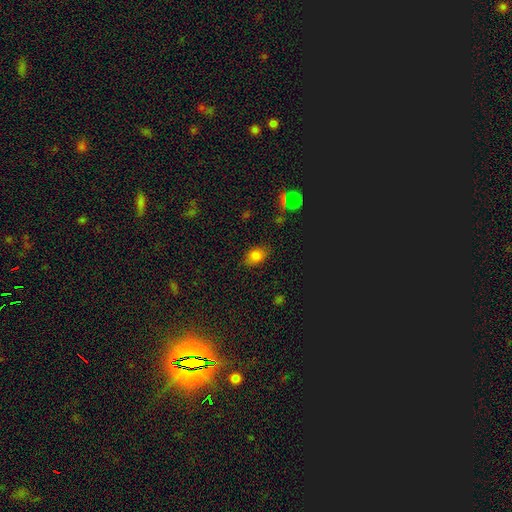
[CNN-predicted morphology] Smooth or featured? smooth (79%)
How rounded? in between (79%)
Merging? none (80%)